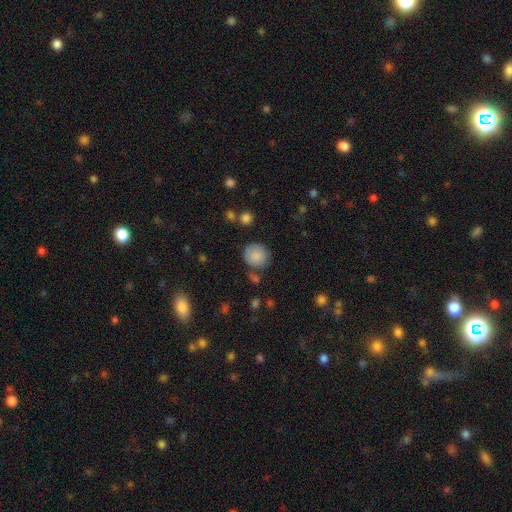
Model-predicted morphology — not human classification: smooth_or_featured: smooth (p=0.84) [alt: featured or disk p=0.08]
how_rounded: round (p=0.88) [alt: in between p=0.11]
merging: none (p=0.74) [alt: minor disturbance p=0.15]